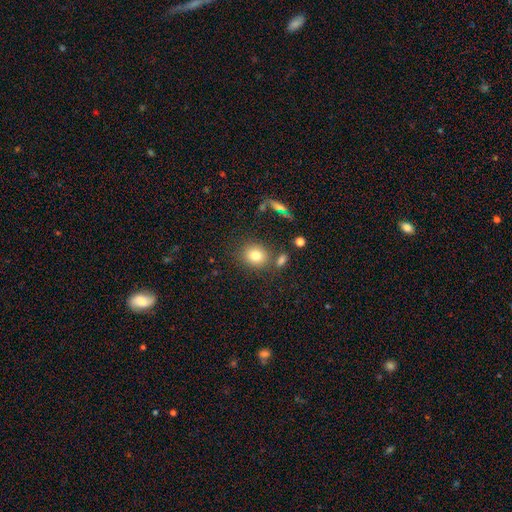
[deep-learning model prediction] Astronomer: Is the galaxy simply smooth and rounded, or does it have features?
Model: smooth — 79%.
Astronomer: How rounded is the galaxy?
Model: round — 73%.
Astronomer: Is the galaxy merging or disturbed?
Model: none — 76%.